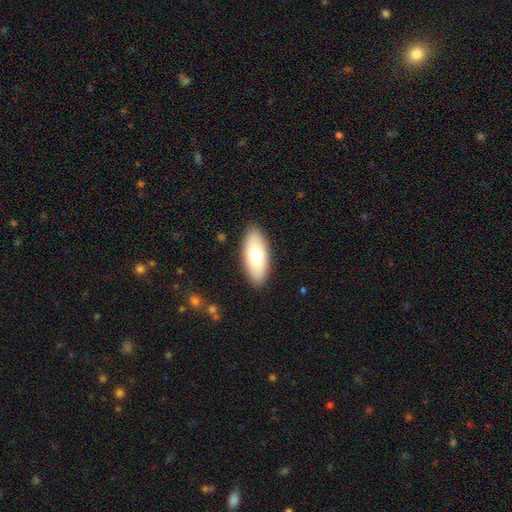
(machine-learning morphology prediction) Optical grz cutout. It shows a smooth galaxy with no disk features (72%) that is in between round and cigar-shaped (83%). Merging: none (88%).